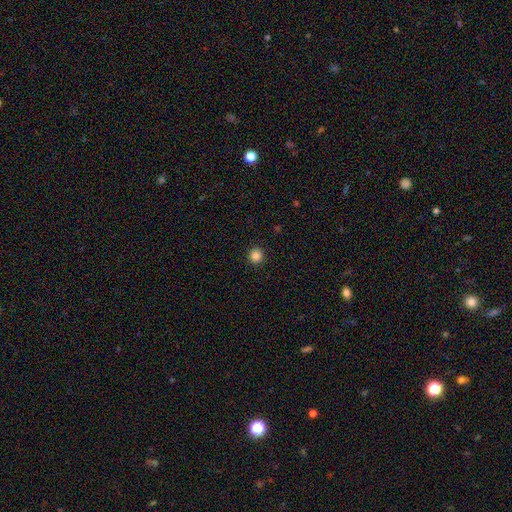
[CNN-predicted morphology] Smooth or featured: smooth — 85% (star or artifact — 12%)
How rounded: round — 95% (in between — 4%)
Merging: none — 93% (minor disturbance — 4%)